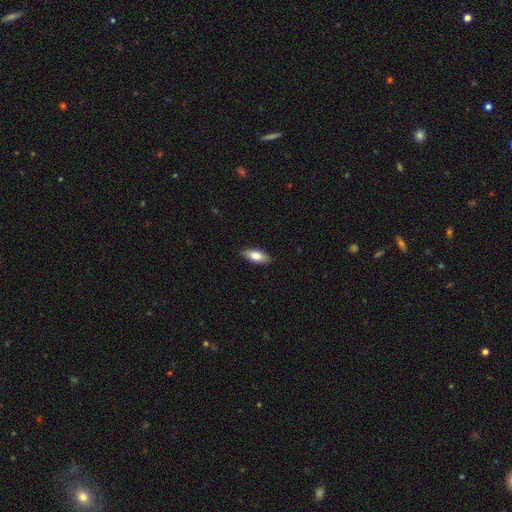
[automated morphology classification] A smooth galaxy with no disk features (78%) that is in between round and cigar-shaped (84%).

Vote fractions:
- Smooth or featured? smooth: 78% / featured or disk: 16% / star or artifact: 6%
- How rounded? in between: 84% / cigar-shaped: 14% / round: 2%
- Merging? none: 89% / minor disturbance: 8% / major disturbance: 2% / merger: 1%